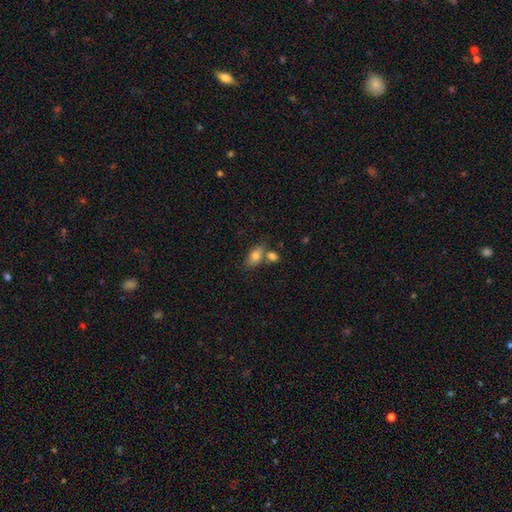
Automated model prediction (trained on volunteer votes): This is likely a smooth galaxy (79%). How rounded: clearly in between (86%). Merging: possibly none (50%).